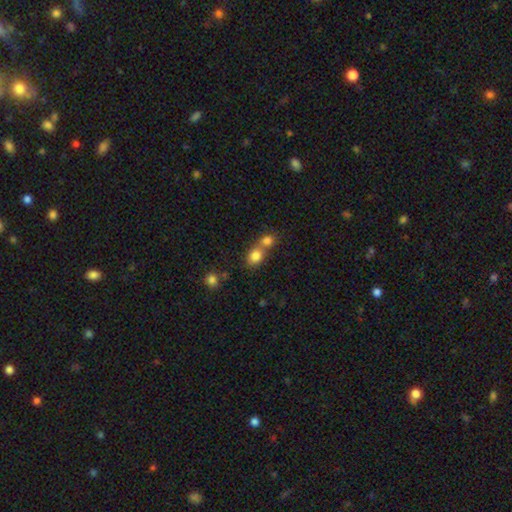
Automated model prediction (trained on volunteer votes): This appears to be a smooth galaxy with no disk features (81%) that is round (58%). Merging: merger (56%).